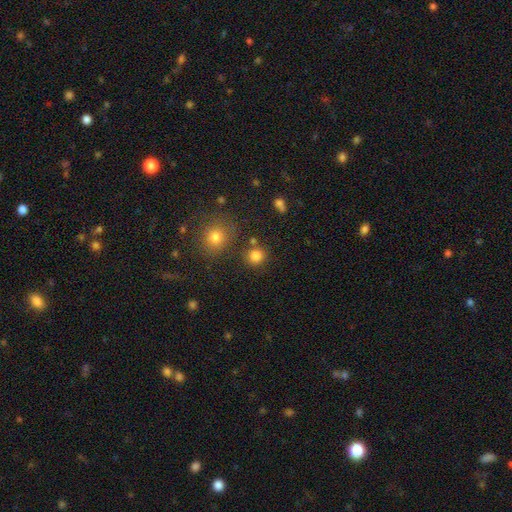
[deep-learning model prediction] Overall: smooth (82%). How rounded: round (91%). Merging: none (82%).